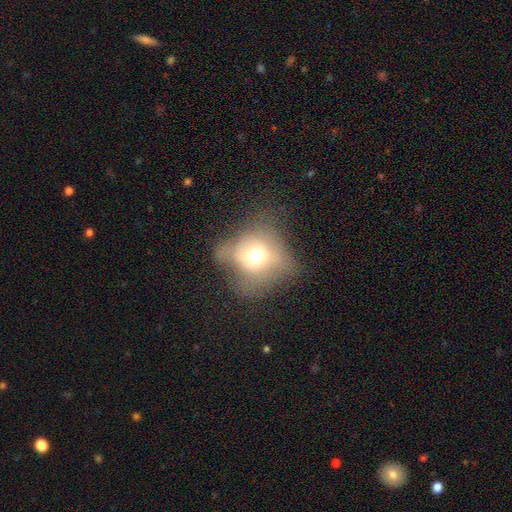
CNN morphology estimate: The model was most divided on "merging": major disturbance: 34%, none: 33%, minor disturbance: 28%, merger: 6%. More confident: how rounded — round (73%); smooth or featured — smooth (57%).